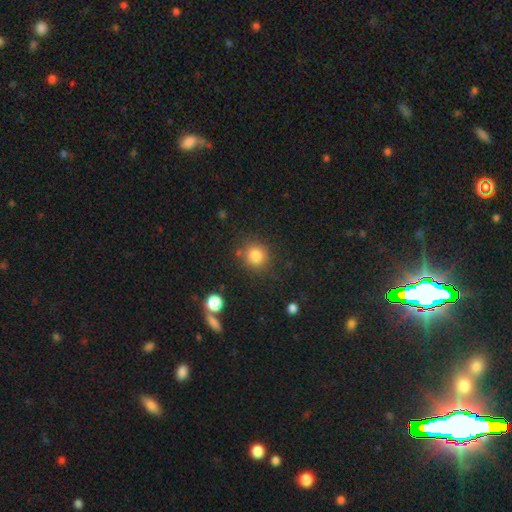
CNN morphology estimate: Smooth or featured? smooth (83%)
How rounded? round (88%)
Merging? none (82%)